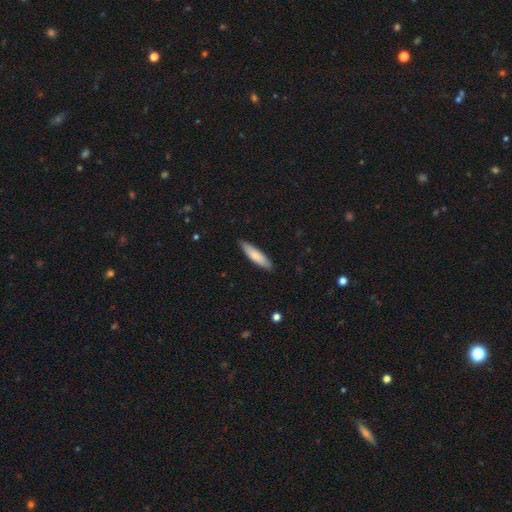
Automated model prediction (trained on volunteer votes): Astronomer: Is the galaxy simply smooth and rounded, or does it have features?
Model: smooth — 76%.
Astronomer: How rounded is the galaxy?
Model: cigar-shaped — 74%.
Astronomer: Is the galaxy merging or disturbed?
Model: none — 88%.